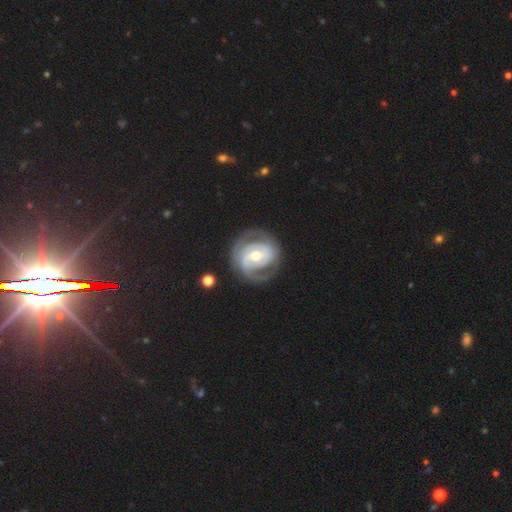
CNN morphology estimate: featured or disk 81%, smooth 15%, star or artifact 4%. Down the decision tree: edge-on disk — no (97%); bar — no (41%); spiral arms — yes (84%); spiral arm count — 2 (63%); spiral winding — tight (53%); bulge size — moderate (71%); merging — none (71%).